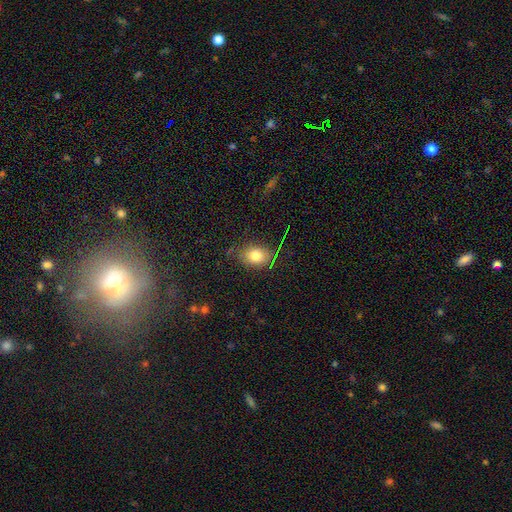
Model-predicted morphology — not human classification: The model was most divided on "how rounded": in between: 59%, round: 40%, cigar-shaped: 2%. More confident: merging — none (79%); smooth or featured — smooth (76%).